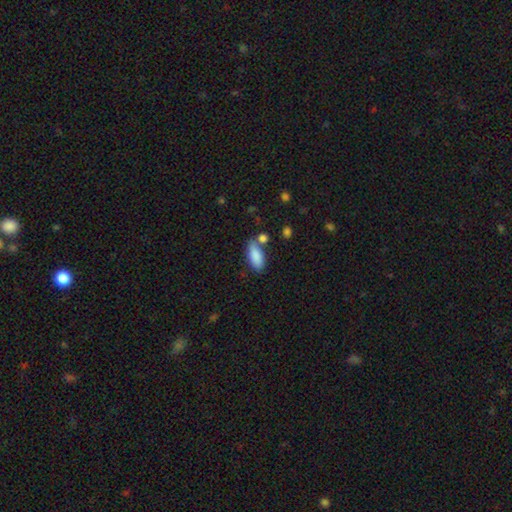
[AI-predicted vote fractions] This appears to be a smooth galaxy with no disk features (87%) that is in between round and cigar-shaped (86%). Merging: none (63%).